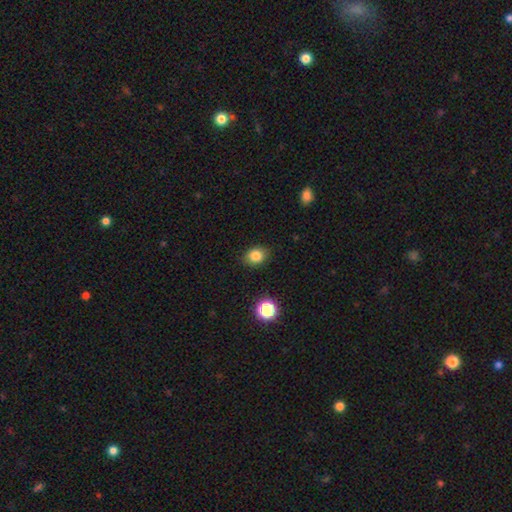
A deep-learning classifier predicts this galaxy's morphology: The model was most divided on "how rounded": round: 55%, in between: 44%, cigar-shaped: 1%. More confident: merging — none (87%); smooth or featured — smooth (82%).